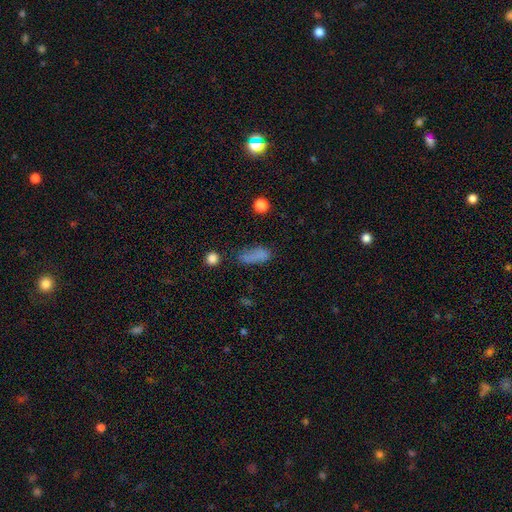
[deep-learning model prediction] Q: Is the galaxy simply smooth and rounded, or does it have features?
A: smooth — 73%.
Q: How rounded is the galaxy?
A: in between — 67%.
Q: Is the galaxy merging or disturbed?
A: none — 55%.